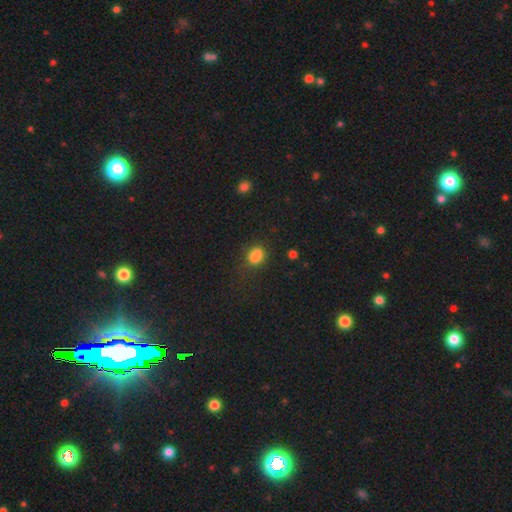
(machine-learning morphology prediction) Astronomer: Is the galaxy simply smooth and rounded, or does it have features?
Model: smooth — 83%.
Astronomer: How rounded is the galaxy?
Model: in between — 64%.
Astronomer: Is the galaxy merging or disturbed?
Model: none — 68%.